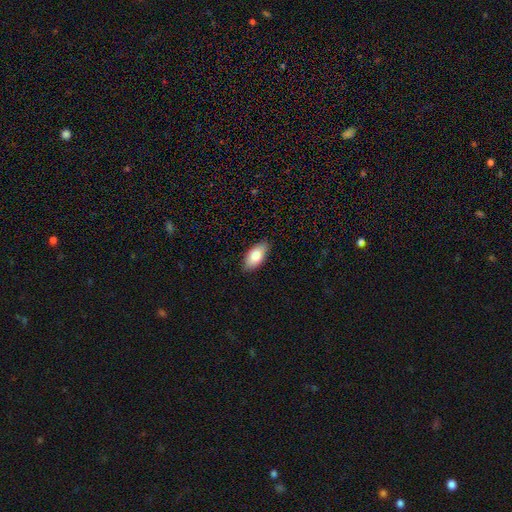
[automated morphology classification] Q: Smooth or featured?
A: smooth (83%); runner-up: featured or disk (11%)
Q: How rounded?
A: in between (92%); runner-up: cigar-shaped (5%)
Q: Merging?
A: none (87%); runner-up: minor disturbance (10%)